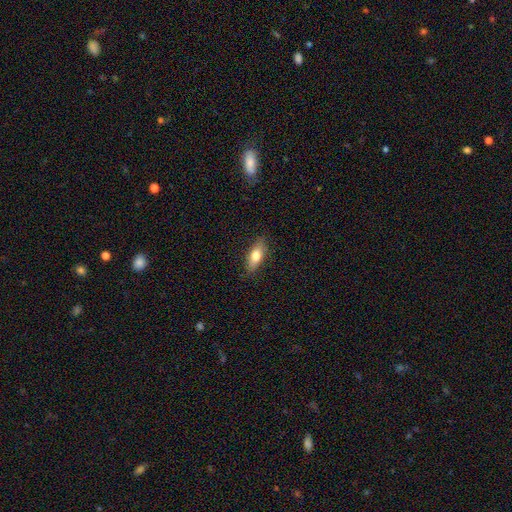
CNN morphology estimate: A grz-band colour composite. It shows a smooth galaxy with no disk features (74%) that is in between round and cigar-shaped (74%). Merging: none (84%).